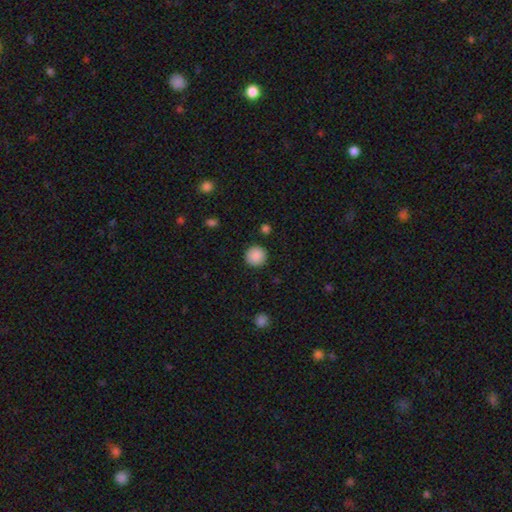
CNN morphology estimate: Q: Smooth or featured?
A: smooth (89%); runner-up: star or artifact (8%)
Q: How rounded?
A: round (95%); runner-up: in between (4%)
Q: Merging?
A: none (91%); runner-up: minor disturbance (6%)